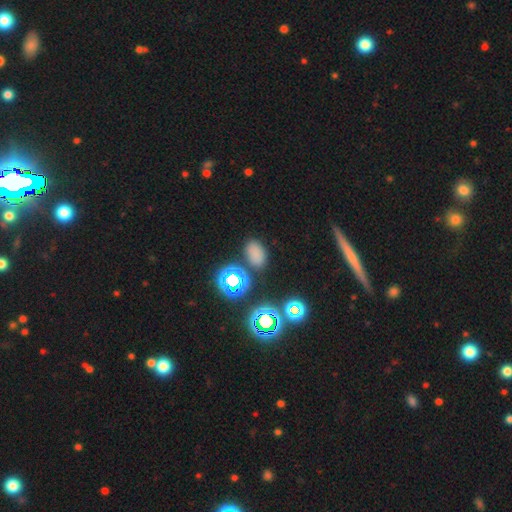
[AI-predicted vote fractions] Smooth or featured?
  - smooth: 68% *
  - star or artifact: 25%
  - featured or disk: 7%
How rounded?
  - in between: 81% *
  - round: 17%
  - cigar-shaped: 2%
Merging?
  - none: 79% *
  - minor disturbance: 12%
  - merger: 5%
  - major disturbance: 4%